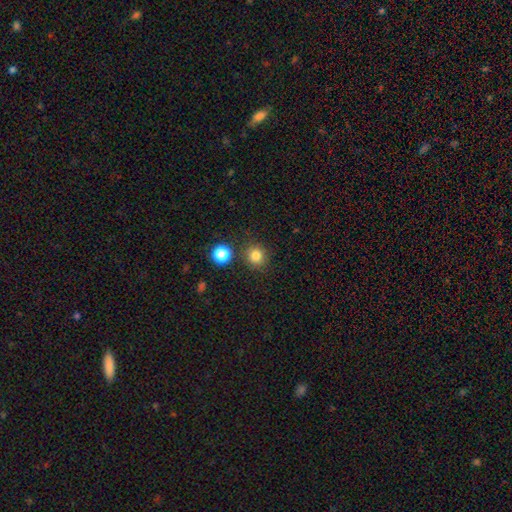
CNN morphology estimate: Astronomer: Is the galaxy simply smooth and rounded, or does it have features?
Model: smooth — 82%.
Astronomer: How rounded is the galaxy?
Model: round — 90%.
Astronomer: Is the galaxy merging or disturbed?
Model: none — 84%.